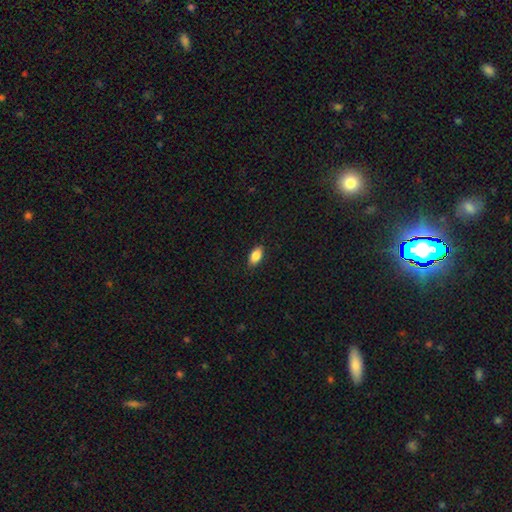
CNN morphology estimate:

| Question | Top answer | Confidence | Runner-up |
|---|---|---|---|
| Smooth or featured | smooth | 85% | featured or disk (7%) |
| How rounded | in between | 91% | round (5%) |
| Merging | none | 88% | minor disturbance (9%) |